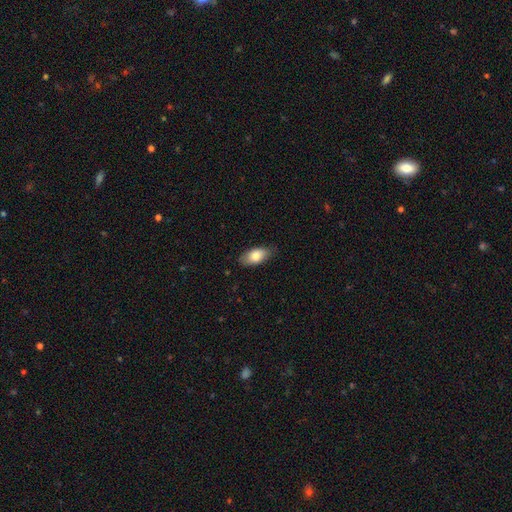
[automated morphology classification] Smooth or featured? smooth (79%)
How rounded? in between (91%)
Merging? none (79%)